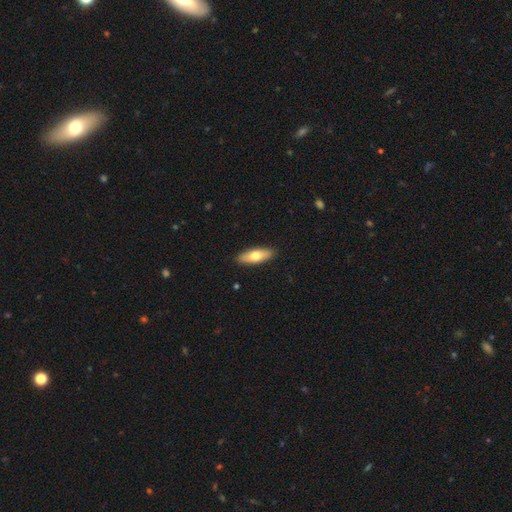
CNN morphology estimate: Overall: smooth (66%; featured or disk 29%). How rounded: in between (59%; cigar-shaped 38%). Merging: none (90%).